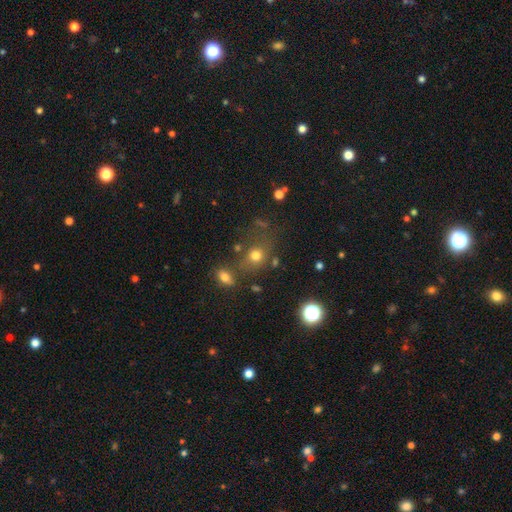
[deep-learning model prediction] A smooth galaxy with no disk features (72%) that is round (64%). Merging: none (62%).